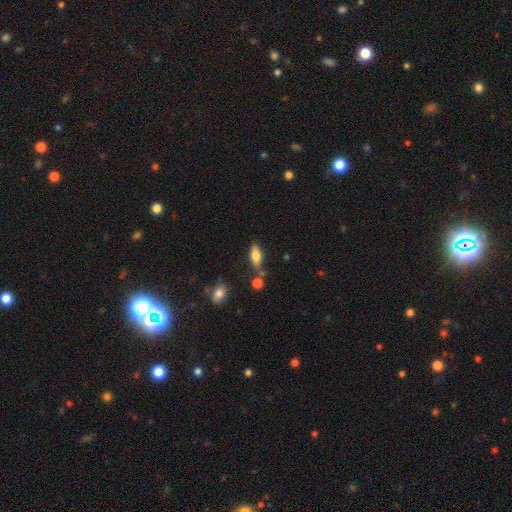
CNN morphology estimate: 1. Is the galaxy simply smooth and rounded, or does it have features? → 72% smooth, 20% featured or disk, 8% star or artifact.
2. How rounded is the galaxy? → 73% in between, 24% cigar-shaped, 3% round.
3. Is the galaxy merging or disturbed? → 68% none, 16% minor disturbance, 12% merger, 5% major disturbance.